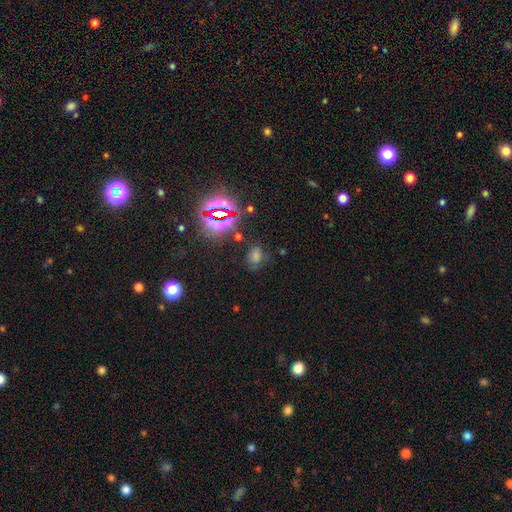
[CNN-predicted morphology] Smooth or featured? Predicted: star or artifact (p=0.48).